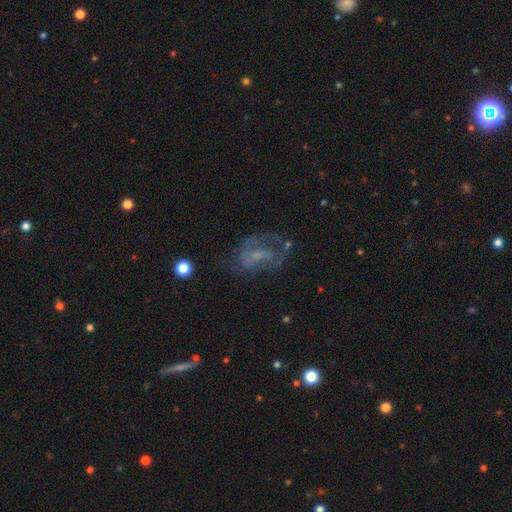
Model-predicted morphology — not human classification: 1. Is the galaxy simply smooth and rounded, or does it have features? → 63% featured or disk, 23% smooth, 15% star or artifact.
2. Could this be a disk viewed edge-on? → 96% no, 4% yes.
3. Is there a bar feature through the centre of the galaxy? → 51% no, 38% weak, 11% strong.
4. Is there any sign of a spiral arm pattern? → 61% yes, 39% no.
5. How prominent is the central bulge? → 45% small, 33% none, 19% moderate, 2% large, 1% dominant.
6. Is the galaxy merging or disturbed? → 46% none, 30% major disturbance, 20% minor disturbance, 4% merger.